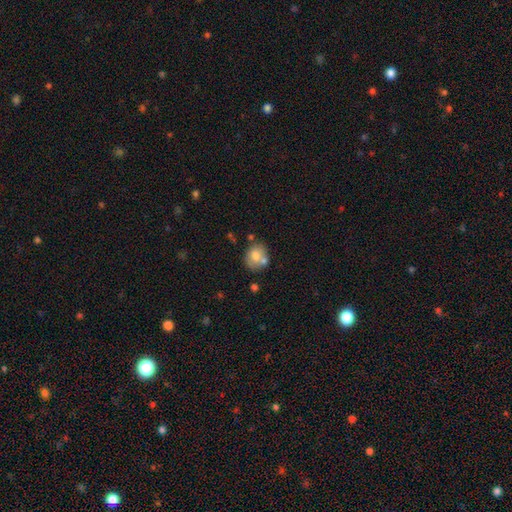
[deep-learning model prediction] The model was most divided on "how rounded": round: 65%, in between: 34%, cigar-shaped: 1%. More confident: smooth or featured — smooth (72%); merging — none (59%).